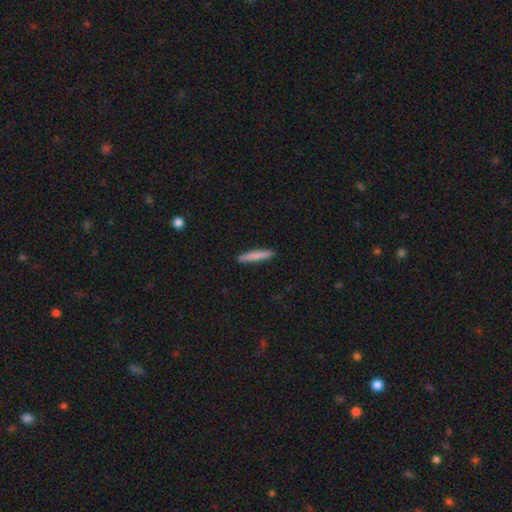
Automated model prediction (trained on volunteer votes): A smooth galaxy with no disk features (82%) that is cigar-shaped (93%).

Vote fractions:
- Smooth or featured? smooth: 82% / featured or disk: 12% / star or artifact: 6%
- How rounded? cigar-shaped: 93% / in between: 5% / round: 1%
- Merging? none: 91% / minor disturbance: 7% / major disturbance: 1% / merger: 1%